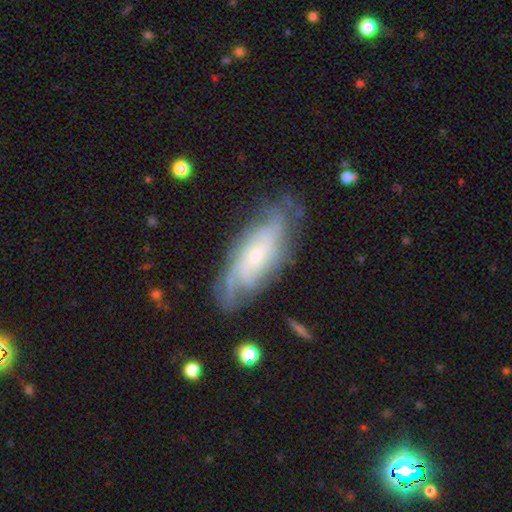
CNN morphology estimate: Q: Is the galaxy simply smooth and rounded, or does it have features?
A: featured or disk — 73%.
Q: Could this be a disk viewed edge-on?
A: no — 85%.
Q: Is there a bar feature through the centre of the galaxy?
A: no — 67%.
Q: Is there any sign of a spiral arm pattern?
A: yes — 91%.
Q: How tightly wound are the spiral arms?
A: tight — 50%.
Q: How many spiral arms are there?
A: can't tell — 48%.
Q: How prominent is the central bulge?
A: small — 60%.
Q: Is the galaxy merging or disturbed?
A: none — 70%.